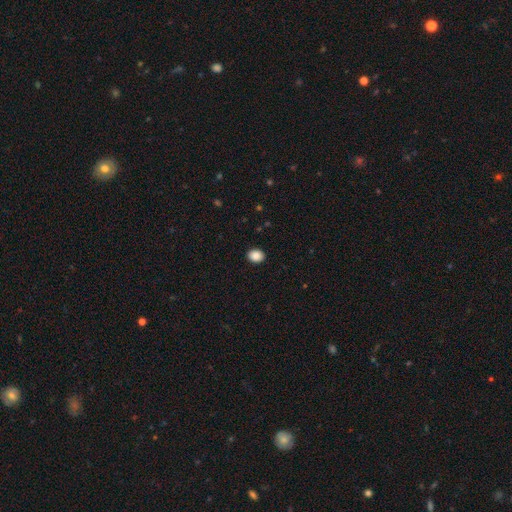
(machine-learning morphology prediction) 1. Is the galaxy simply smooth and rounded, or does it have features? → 89% smooth, 8% star or artifact, 3% featured or disk.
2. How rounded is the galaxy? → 58% in between, 41% round, 1% cigar-shaped.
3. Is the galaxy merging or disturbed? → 91% none, 6% minor disturbance, 2% major disturbance, 1% merger.